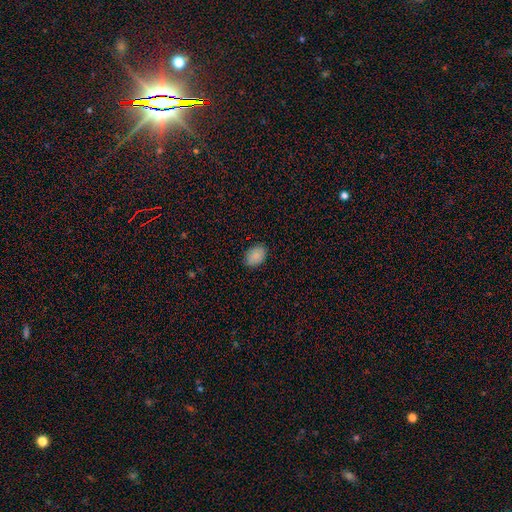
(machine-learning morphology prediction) This is clearly a smooth galaxy (88%). How rounded: likely in between (75%). Merging: clearly none (86%).